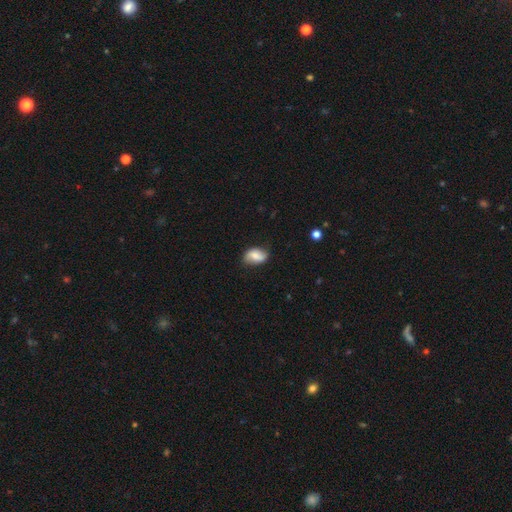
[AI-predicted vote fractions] Smooth or featured? smooth (62%)
How rounded? in between (85%)
Merging? none (71%)